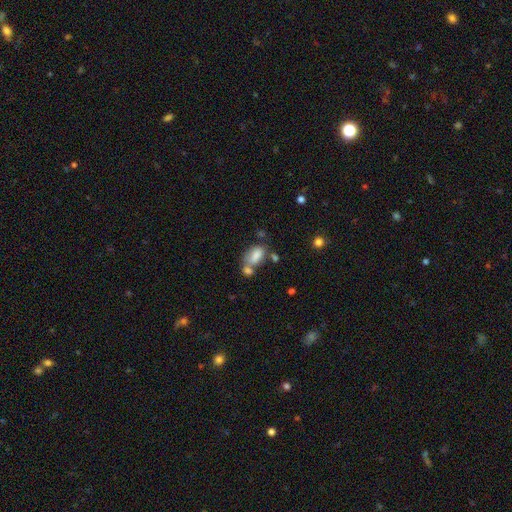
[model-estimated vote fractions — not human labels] A smooth galaxy with no disk features (79%) that is in between round and cigar-shaped (90%). Merging: merger (42%).